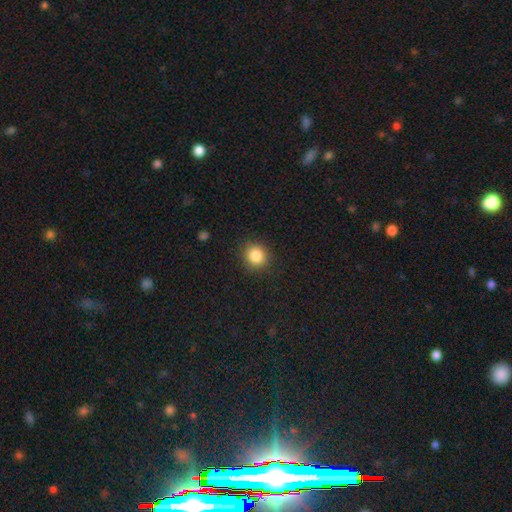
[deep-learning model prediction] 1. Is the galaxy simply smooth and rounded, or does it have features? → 85% smooth, 10% star or artifact, 5% featured or disk.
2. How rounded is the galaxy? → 87% round, 12% in between, 1% cigar-shaped.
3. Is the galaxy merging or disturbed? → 89% none, 7% minor disturbance, 2% major disturbance, 1% merger.